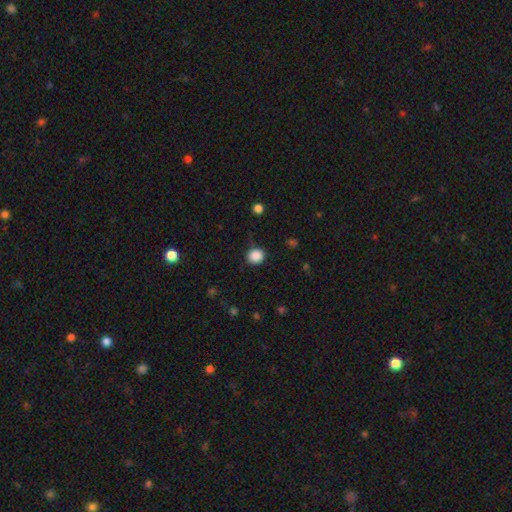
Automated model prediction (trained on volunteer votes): Smooth or featured?
  - smooth: 87% *
  - star or artifact: 10%
  - featured or disk: 3%
How rounded?
  - round: 80% *
  - in between: 19%
  - cigar-shaped: 1%
Merging?
  - none: 79% *
  - minor disturbance: 15%
  - major disturbance: 4%
  - merger: 2%